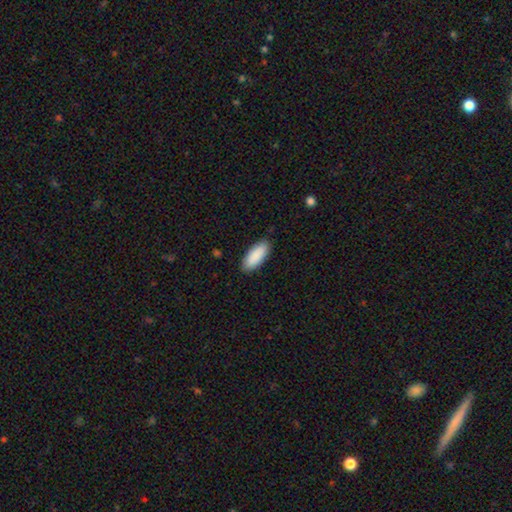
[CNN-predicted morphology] smooth 91%, star or artifact 5%, featured or disk 4%. Down the decision tree: how rounded — in between (82%); merging — none (88%).